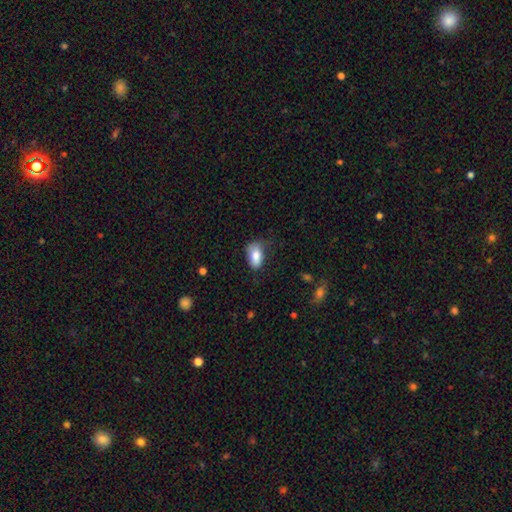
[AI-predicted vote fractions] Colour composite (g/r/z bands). It shows a smooth galaxy with no disk features (83%) that is in between round and cigar-shaped (91%). Merging: none (48%).